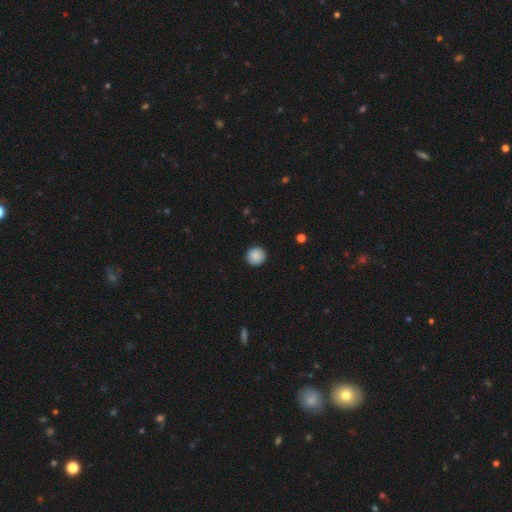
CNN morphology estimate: Overall: smooth (89%). How rounded: round (94%). Merging: none (92%).